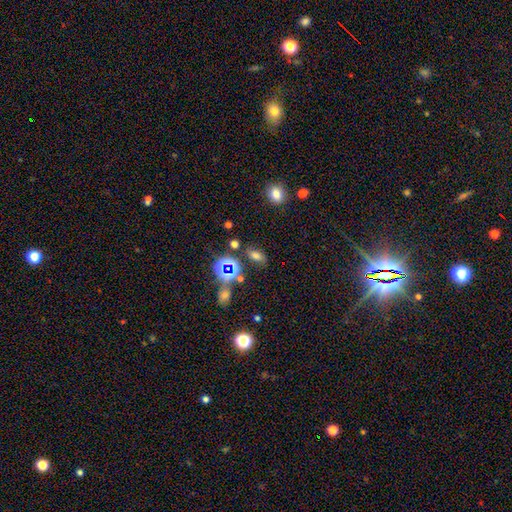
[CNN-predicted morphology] This is possibly a smooth galaxy (59%). How rounded: clearly in between (83%). Merging: likely none (74%).